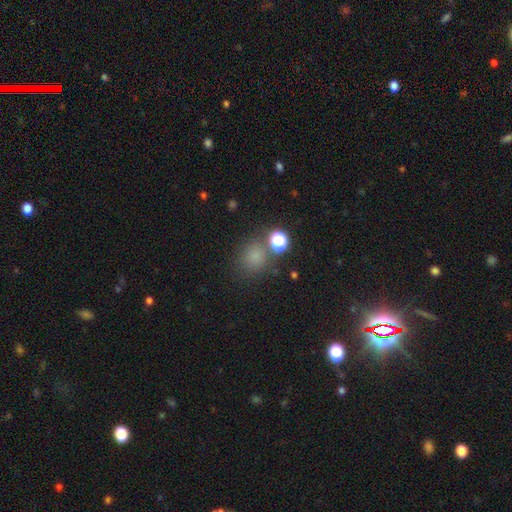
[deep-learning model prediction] Smooth or featured? Predicted: smooth (p=0.73). How rounded? Predicted: round (p=0.81). Merging? Predicted: none (p=0.72).